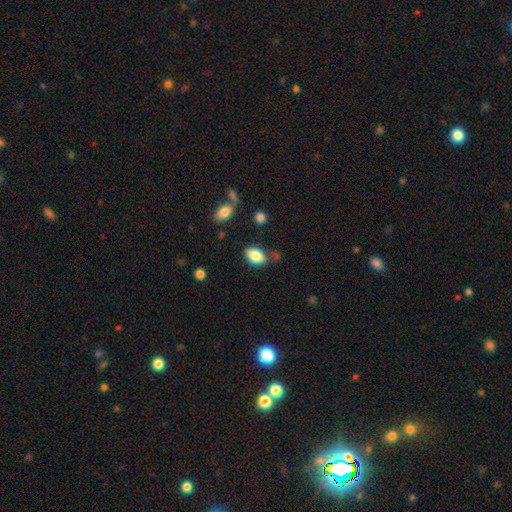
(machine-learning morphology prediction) This is clearly a smooth galaxy (84%). How rounded: clearly in between (90%). Merging: likely none (72%).